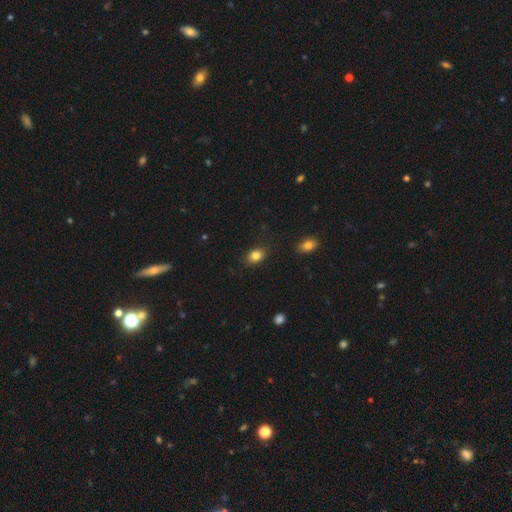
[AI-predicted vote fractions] A smooth galaxy with no disk features (83%) that is in between round and cigar-shaped (71%).

Vote fractions:
- Smooth or featured? smooth: 83% / star or artifact: 10% / featured or disk: 7%
- How rounded? in between: 71% / round: 27% / cigar-shaped: 1%
- Merging? none: 84% / minor disturbance: 12% / major disturbance: 3% / merger: 1%